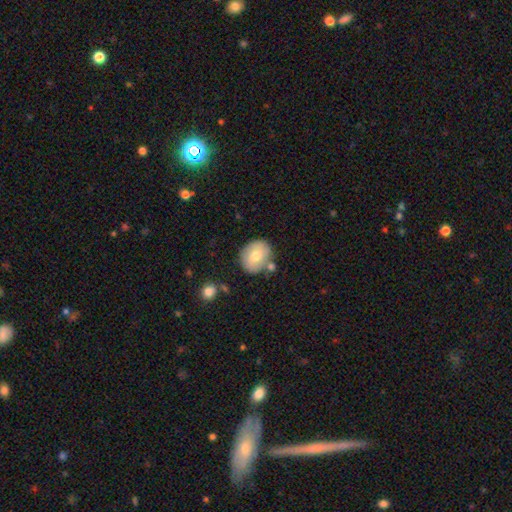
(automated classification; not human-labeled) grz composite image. It shows a smooth galaxy with no disk features (71%) that is round (63%). Merging: none (72%).